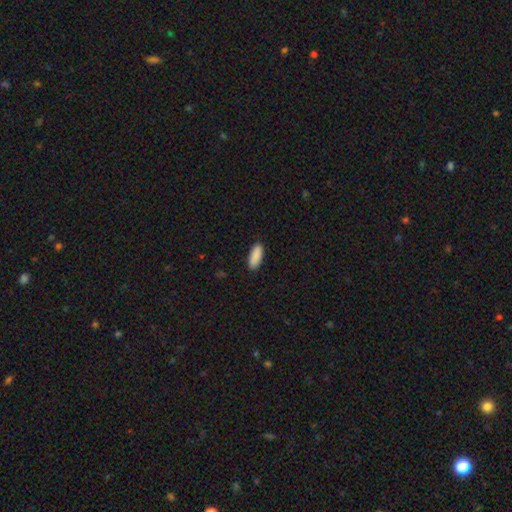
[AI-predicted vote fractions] smooth-or-featured: smooth: 91% | star or artifact: 6% | featured or disk: 3%
  how-rounded: in between: 77% | cigar-shaped: 22% | round: 2%
  merging: none: 89% | minor disturbance: 8% | major disturbance: 2% | merger: 1%